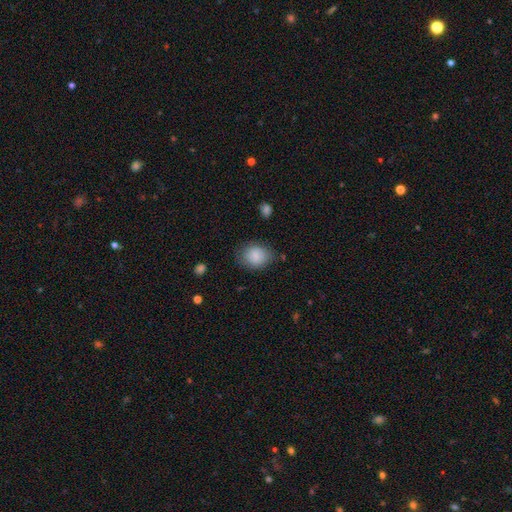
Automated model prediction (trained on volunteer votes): smooth_or_featured: smooth (p=0.83) [alt: featured or disk p=0.09]
how_rounded: round (p=0.58) [alt: in between p=0.41]
merging: none (p=0.74) [alt: minor disturbance p=0.19]